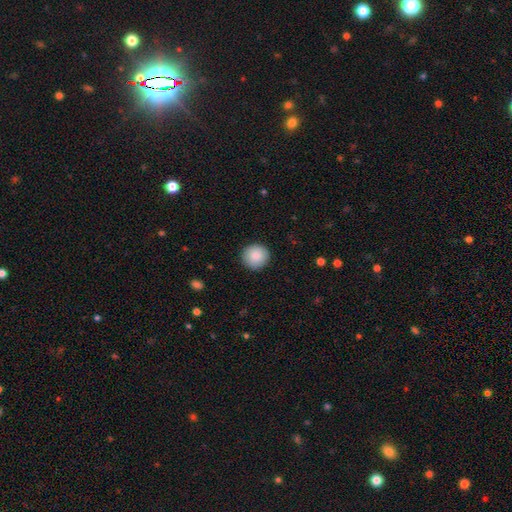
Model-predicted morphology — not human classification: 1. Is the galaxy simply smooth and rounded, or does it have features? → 86% smooth, 8% star or artifact, 7% featured or disk.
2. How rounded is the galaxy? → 94% round, 5% in between, 1% cigar-shaped.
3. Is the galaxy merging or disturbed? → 91% none, 6% minor disturbance, 2% major disturbance, 1% merger.